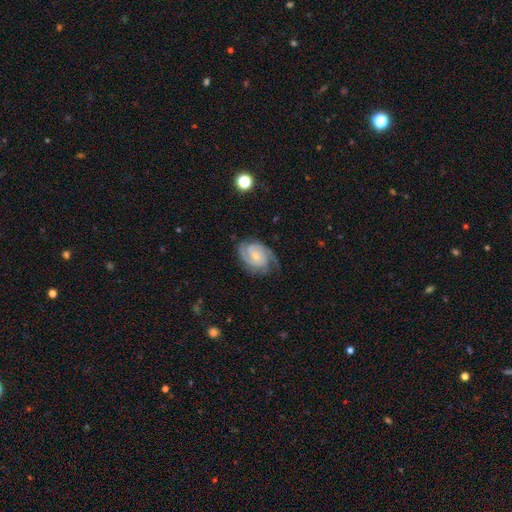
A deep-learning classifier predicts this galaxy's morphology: featured or disk 86%, smooth 9%, star or artifact 5%. Down the decision tree: edge-on disk — no (98%); bar — no (59%); spiral arms — yes (97%); spiral arm count — 2 (62%); spiral winding — tight (53%); bulge size — small (67%); merging — none (71%).